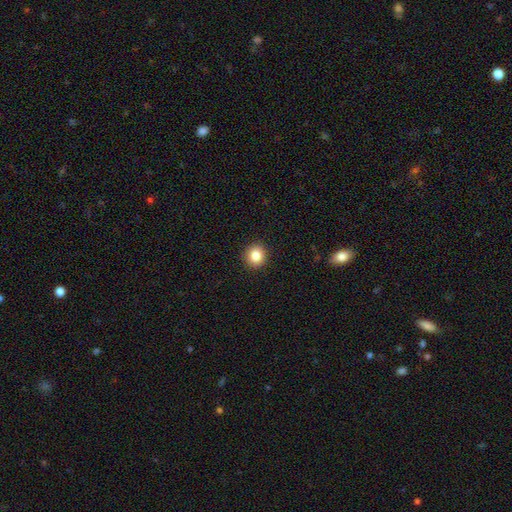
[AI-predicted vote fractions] Q: Smooth or featured?
A: smooth (85%); runner-up: star or artifact (10%)
Q: How rounded?
A: round (87%); runner-up: in between (12%)
Q: Merging?
A: none (92%); runner-up: minor disturbance (5%)